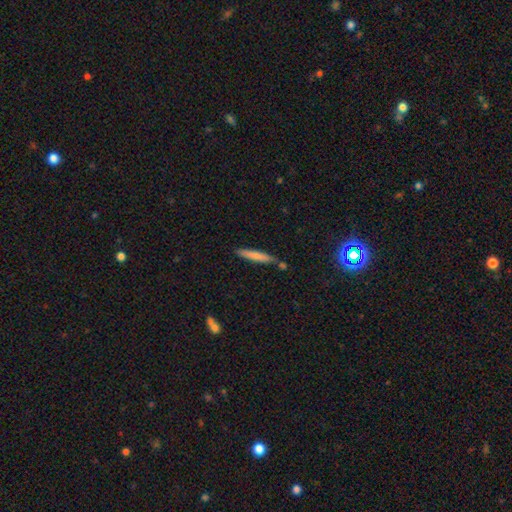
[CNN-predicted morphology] Overall: smooth (73%). How rounded: cigar-shaped (93%). Merging: none (74%).